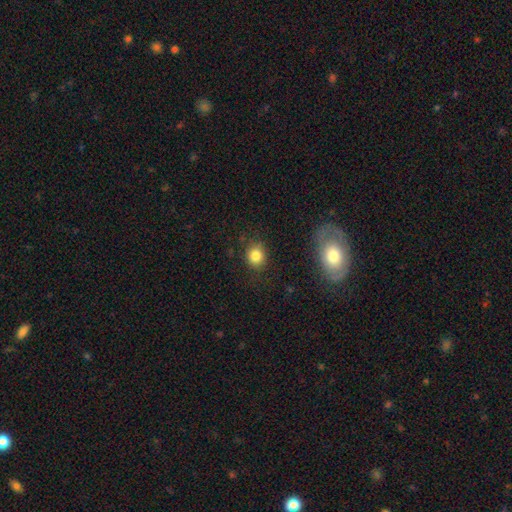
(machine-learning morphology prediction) Smooth or featured?
  - smooth: 83% *
  - star or artifact: 11%
  - featured or disk: 6%
How rounded?
  - round: 77% *
  - in between: 22%
  - cigar-shaped: 1%
Merging?
  - none: 82% *
  - minor disturbance: 12%
  - major disturbance: 4%
  - merger: 2%